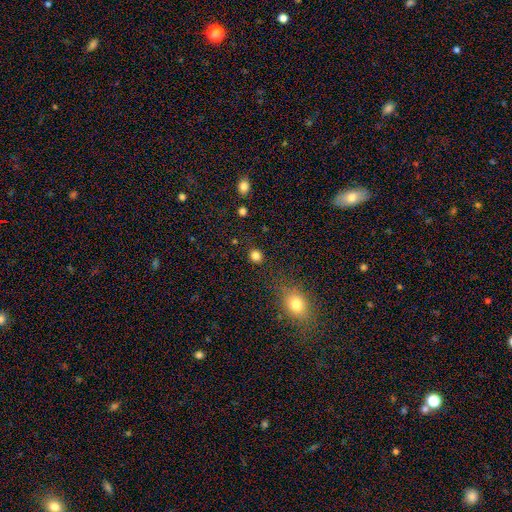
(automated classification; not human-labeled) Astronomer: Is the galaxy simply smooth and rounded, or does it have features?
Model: smooth — 82%.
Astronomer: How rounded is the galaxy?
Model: round — 84%.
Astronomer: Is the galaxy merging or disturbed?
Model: none — 88%.